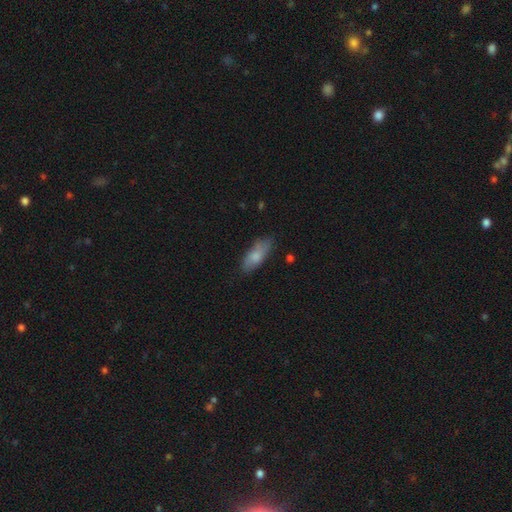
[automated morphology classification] Overall: smooth (77%). How rounded: in between (72%). Merging: none (72%).